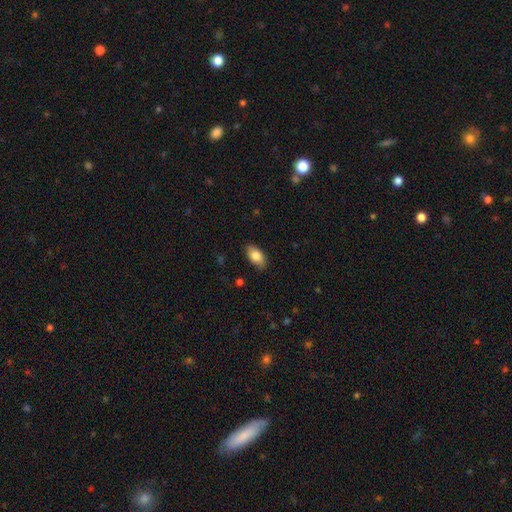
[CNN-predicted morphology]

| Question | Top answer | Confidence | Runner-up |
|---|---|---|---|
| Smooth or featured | smooth | 81% | featured or disk (12%) |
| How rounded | in between | 92% | round (5%) |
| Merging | none | 85% | minor disturbance (12%) |